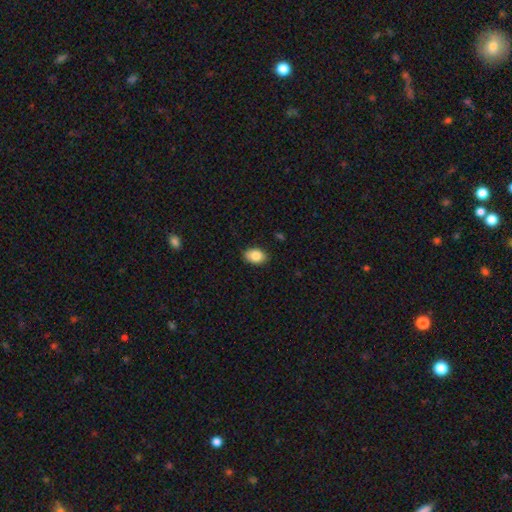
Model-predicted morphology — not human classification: A smooth galaxy with no disk features (84%) that is in between round and cigar-shaped (87%). Merging: none (87%).